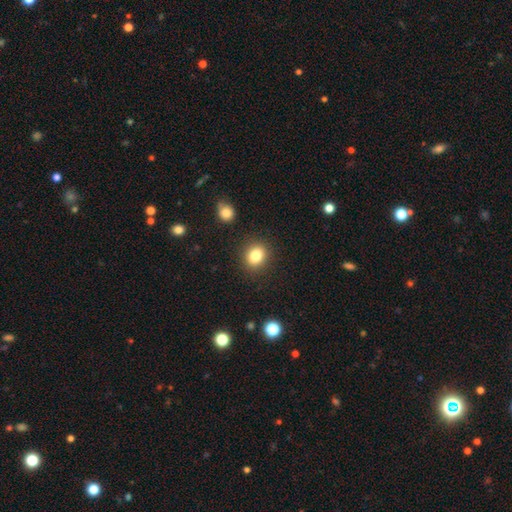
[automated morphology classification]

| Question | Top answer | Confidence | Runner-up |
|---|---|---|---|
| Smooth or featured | smooth | 83% | star or artifact (11%) |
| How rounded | round | 68% | in between (31%) |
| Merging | none | 88% | minor disturbance (8%) |